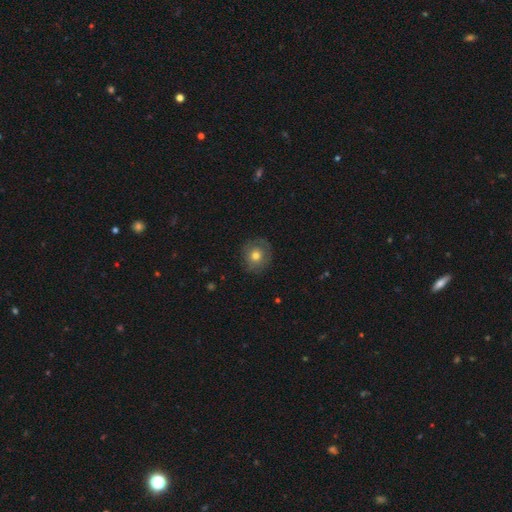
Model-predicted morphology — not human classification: Smooth or featured?
  - smooth: 65% *
  - featured or disk: 25%
  - star or artifact: 10%
How rounded?
  - round: 88% *
  - in between: 11%
  - cigar-shaped: 1%
Merging?
  - none: 82% *
  - minor disturbance: 13%
  - major disturbance: 4%
  - merger: 1%